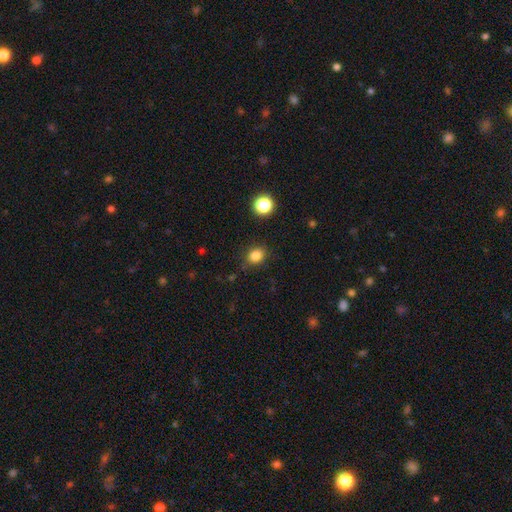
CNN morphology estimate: smooth 83%, star or artifact 12%, featured or disk 5%. Down the decision tree: how rounded — round (56%); merging — none (81%).